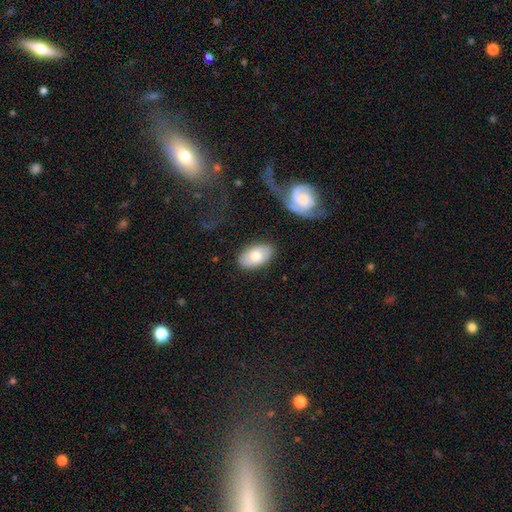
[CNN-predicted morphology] Smooth or featured? Predicted: smooth (p=0.72). How rounded? Predicted: in between (p=0.93). Merging? Predicted: none (p=0.83).